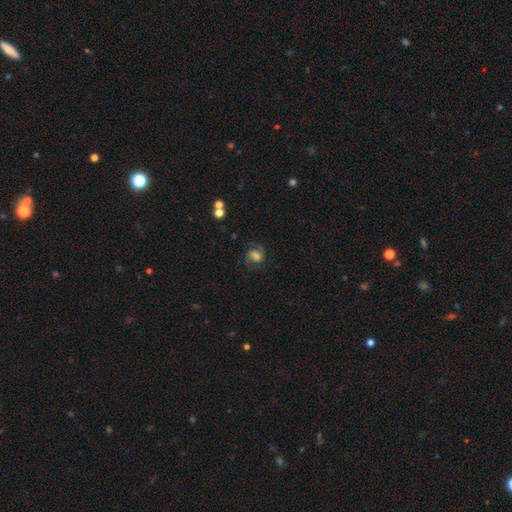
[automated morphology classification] The model was most divided on "bar": weak: 42%, no: 40%, strong: 17%. Remaining: edge-on disk — no (97%); spiral arms — yes (90%); merging — none (65%); smooth or featured — featured or disk (56%); bulge size — large (33%).